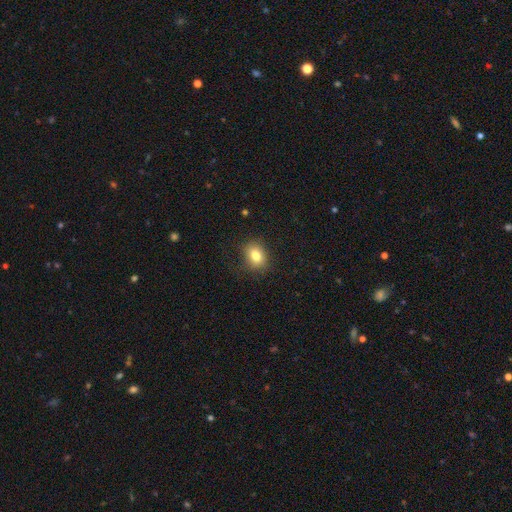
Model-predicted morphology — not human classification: This is clearly a smooth galaxy (81%). How rounded: possibly in between (58%). Merging: clearly none (82%).